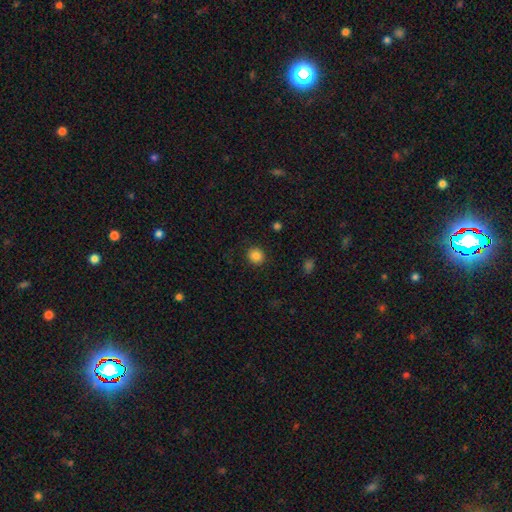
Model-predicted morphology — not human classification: smooth-or-featured: smooth: 86% | star or artifact: 11% | featured or disk: 4%
  how-rounded: round: 89% | in between: 10% | cigar-shaped: 1%
  merging: none: 90% | minor disturbance: 6% | major disturbance: 2% | merger: 1%